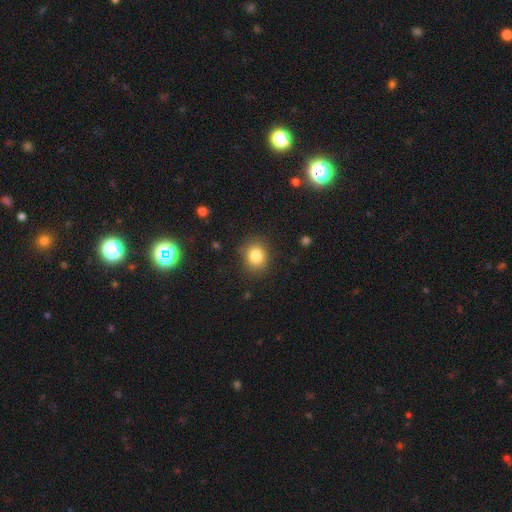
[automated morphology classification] Overall: smooth (83%). How rounded: round (68%; in between 31%). Merging: none (83%).